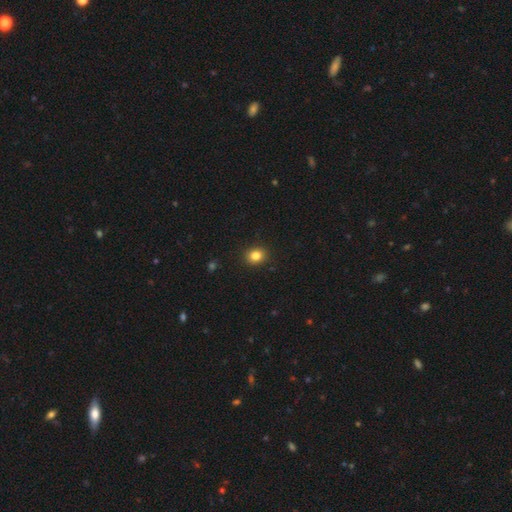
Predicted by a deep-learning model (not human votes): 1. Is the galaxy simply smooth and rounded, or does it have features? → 84% smooth, 11% star or artifact, 5% featured or disk.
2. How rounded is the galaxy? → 70% round, 29% in between, 1% cigar-shaped.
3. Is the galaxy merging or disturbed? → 91% none, 6% minor disturbance, 2% major disturbance, 1% merger.